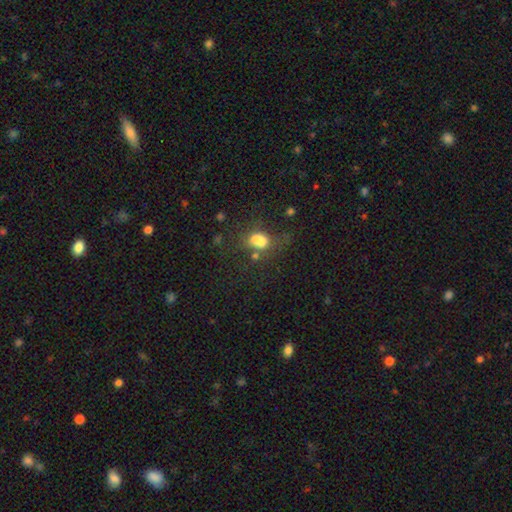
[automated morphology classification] Smooth or featured: smooth — 69% (star or artifact — 20%)
How rounded: in between — 68% (round — 28%)
Merging: none — 51% (minor disturbance — 20%)